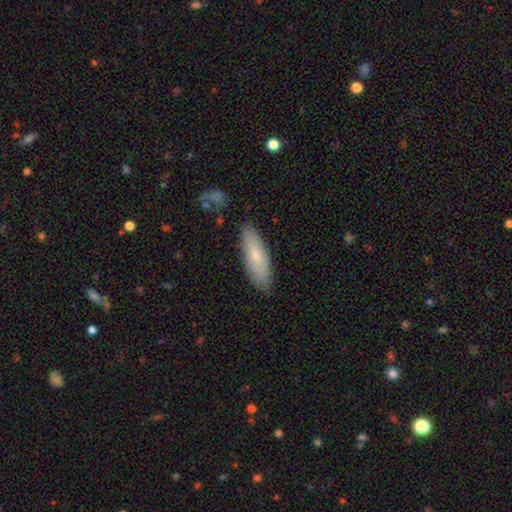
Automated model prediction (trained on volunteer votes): Smooth or featured?
  - smooth: 73% *
  - featured or disk: 21%
  - star or artifact: 6%
How rounded?
  - in between: 52% *
  - cigar-shaped: 47%
  - round: 2%
Merging?
  - none: 85% *
  - minor disturbance: 12%
  - major disturbance: 2%
  - merger: 2%